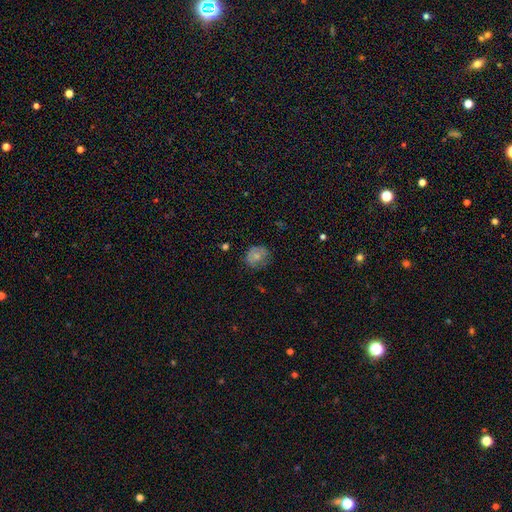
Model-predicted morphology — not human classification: type=smooth (70%); roundness=round (68%); merging=none (67%).